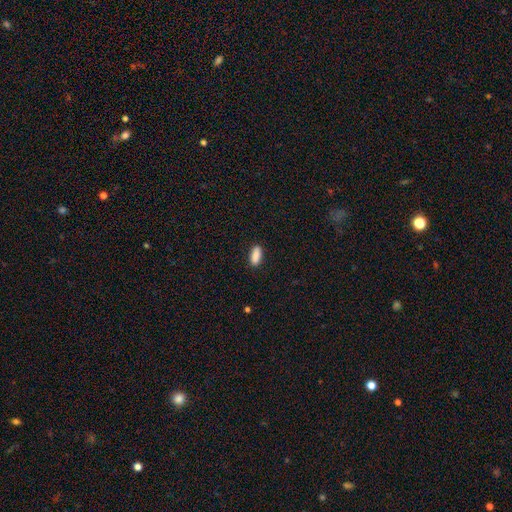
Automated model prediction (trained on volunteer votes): Smooth or featured?
  - smooth: 90% *
  - star or artifact: 7%
  - featured or disk: 3%
How rounded?
  - in between: 82% *
  - cigar-shaped: 16%
  - round: 2%
Merging?
  - none: 88% *
  - minor disturbance: 9%
  - major disturbance: 2%
  - merger: 1%